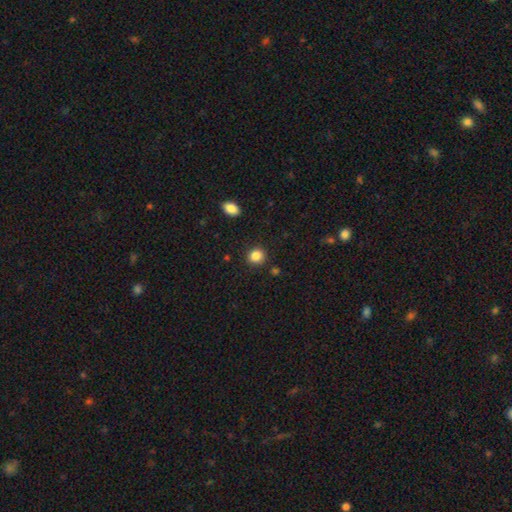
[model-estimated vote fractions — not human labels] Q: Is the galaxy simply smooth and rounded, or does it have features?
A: smooth — 86%.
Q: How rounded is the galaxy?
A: round — 82%.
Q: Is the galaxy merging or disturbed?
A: none — 88%.